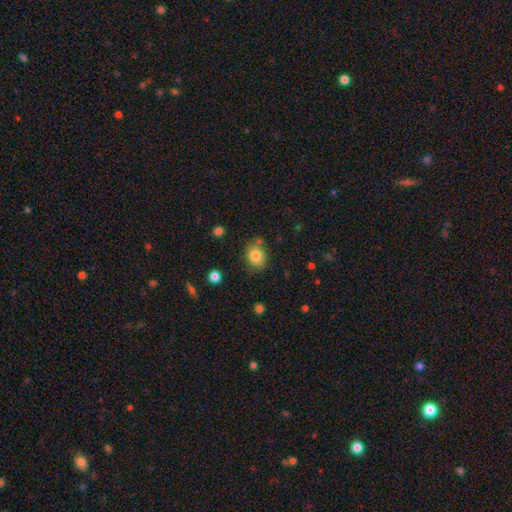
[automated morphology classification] Overall: smooth (82%). How rounded: round (50%; in between 49%). Merging: none (73%).